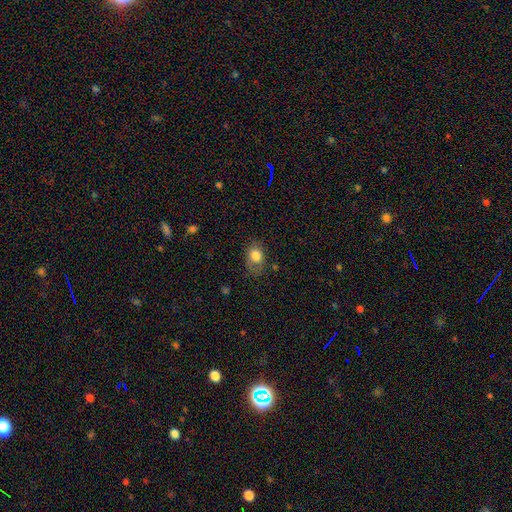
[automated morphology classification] Smooth or featured: smooth — 80% (featured or disk — 11%)
How rounded: in between — 68% (round — 30%)
Merging: none — 58% (minor disturbance — 28%)